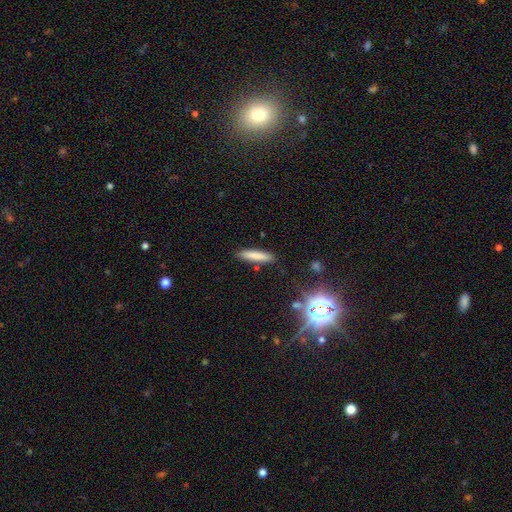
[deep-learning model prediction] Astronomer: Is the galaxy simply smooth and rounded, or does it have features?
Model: smooth — 80%.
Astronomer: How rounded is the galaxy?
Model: cigar-shaped — 85%.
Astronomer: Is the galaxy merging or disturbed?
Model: none — 87%.